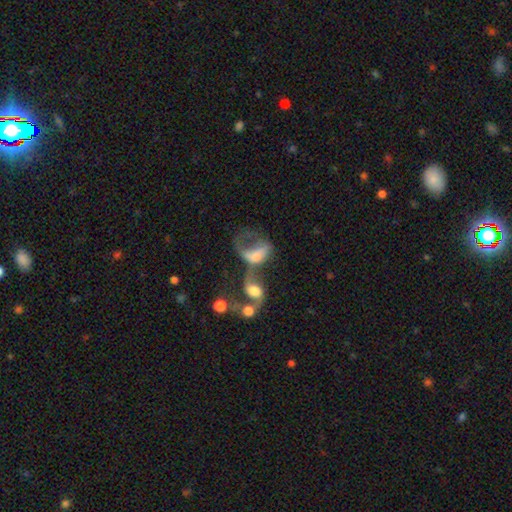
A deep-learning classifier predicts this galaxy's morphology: This appears to be a featured or disk galaxy (49%). Merging: merger (65%).